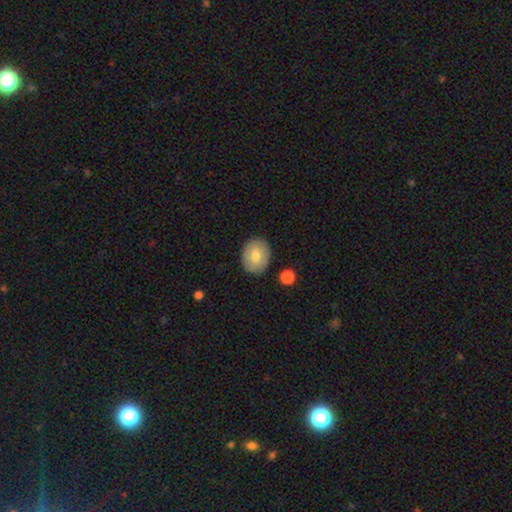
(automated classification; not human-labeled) This is likely a smooth galaxy (71%). How rounded: possibly round (50%). Merging: clearly none (86%).